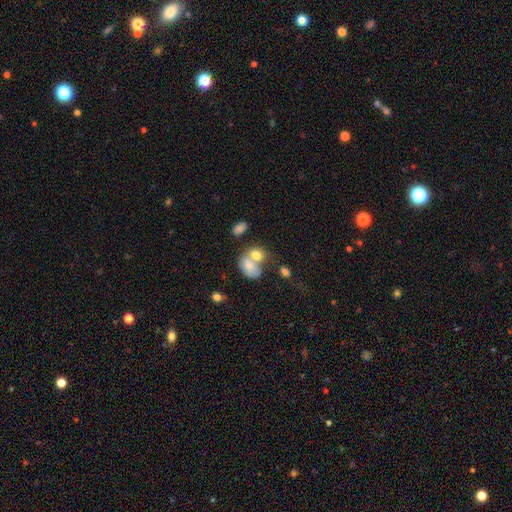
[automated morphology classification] smooth-or-featured: smooth: 75% | featured or disk: 16% | star or artifact: 9%
  how-rounded: in between: 72% | round: 27% | cigar-shaped: 1%
  merging: merger: 58% | none: 24% | minor disturbance: 11% | major disturbance: 7%